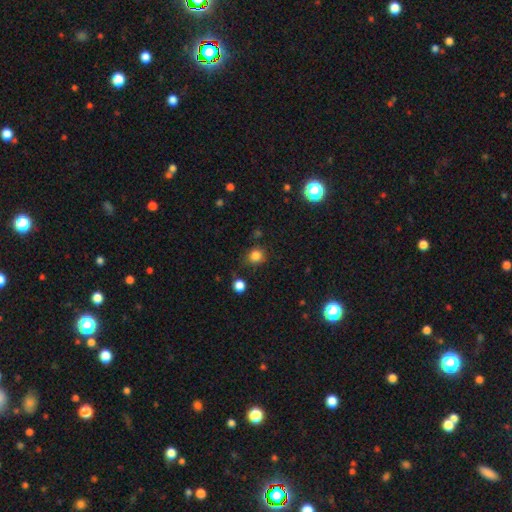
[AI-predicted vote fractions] smooth_or_featured: smooth (p=0.82) [alt: star or artifact p=0.13]
how_rounded: round (p=0.83) [alt: in between p=0.16]
merging: none (p=0.79) [alt: minor disturbance p=0.14]